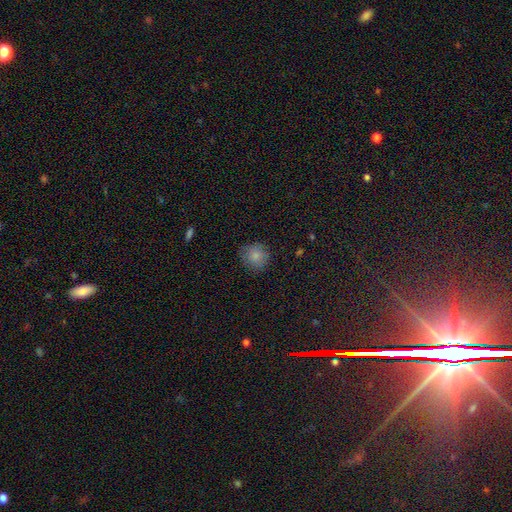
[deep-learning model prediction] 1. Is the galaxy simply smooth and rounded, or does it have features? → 83% smooth, 10% star or artifact, 7% featured or disk.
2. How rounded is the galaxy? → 90% round, 9% in between, 1% cigar-shaped.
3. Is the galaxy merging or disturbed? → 82% none, 14% minor disturbance, 3% major disturbance, 1% merger.